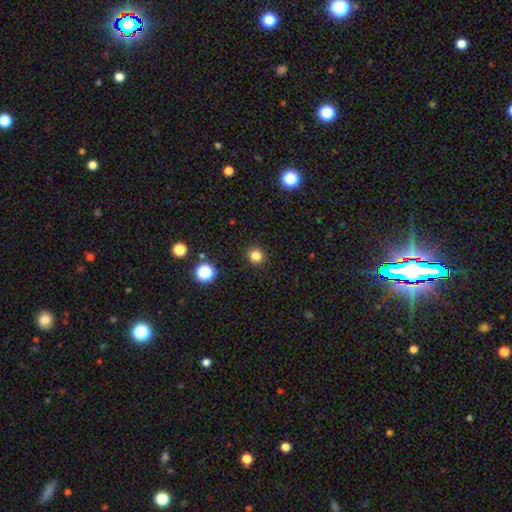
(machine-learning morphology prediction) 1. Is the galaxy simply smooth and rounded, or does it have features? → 82% smooth, 14% star or artifact, 5% featured or disk.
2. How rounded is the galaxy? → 92% round, 7% in between, 1% cigar-shaped.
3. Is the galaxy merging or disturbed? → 92% none, 5% minor disturbance, 2% major disturbance, 1% merger.